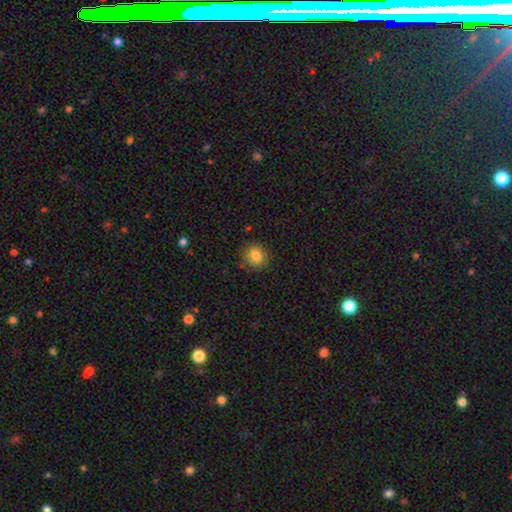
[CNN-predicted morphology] This appears to be a smooth galaxy with no disk features (83%) that is round (86%). Merging: none (86%).